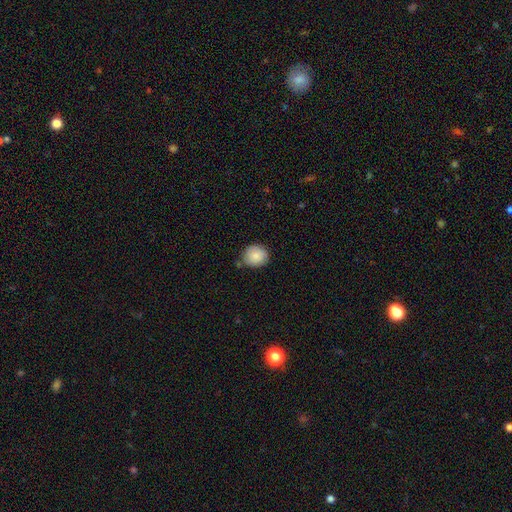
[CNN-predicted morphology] Q: Smooth or featured?
A: smooth (85%); runner-up: featured or disk (8%)
Q: How rounded?
A: round (79%); runner-up: in between (20%)
Q: Merging?
A: none (75%); runner-up: minor disturbance (18%)